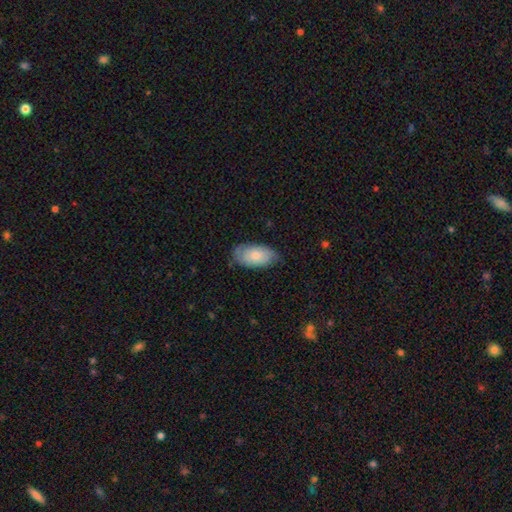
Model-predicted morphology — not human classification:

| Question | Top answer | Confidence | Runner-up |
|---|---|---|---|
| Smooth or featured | smooth | 71% | featured or disk (23%) |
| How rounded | in between | 94% | round (3%) |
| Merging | none | 73% | minor disturbance (22%) |